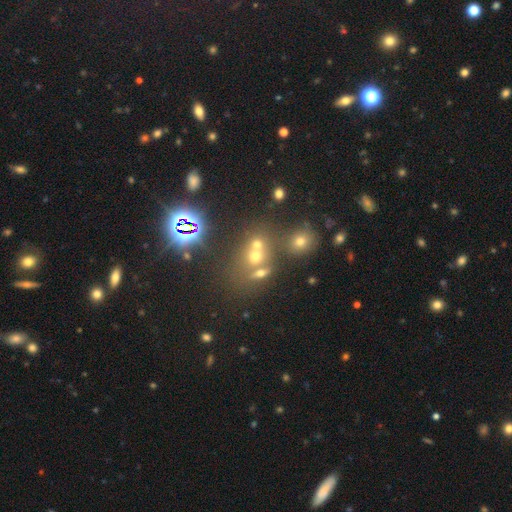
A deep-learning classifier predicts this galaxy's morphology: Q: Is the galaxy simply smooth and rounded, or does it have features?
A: smooth — 48%.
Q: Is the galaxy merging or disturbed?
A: merger — 45%.